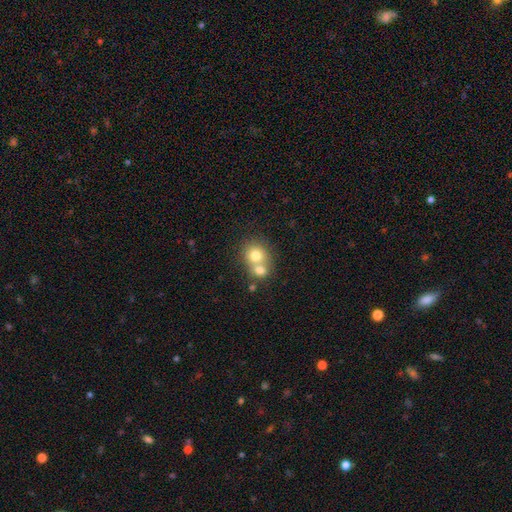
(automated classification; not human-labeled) This appears to be a smooth galaxy with no disk features (74%) that is round (78%). Merging: merger (59%).